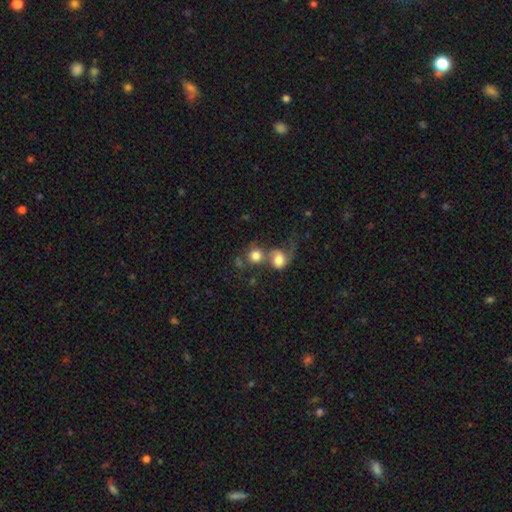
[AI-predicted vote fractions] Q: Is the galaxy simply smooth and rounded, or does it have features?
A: smooth — 72%.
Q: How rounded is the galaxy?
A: round — 80%.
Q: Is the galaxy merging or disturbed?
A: merger — 63%.